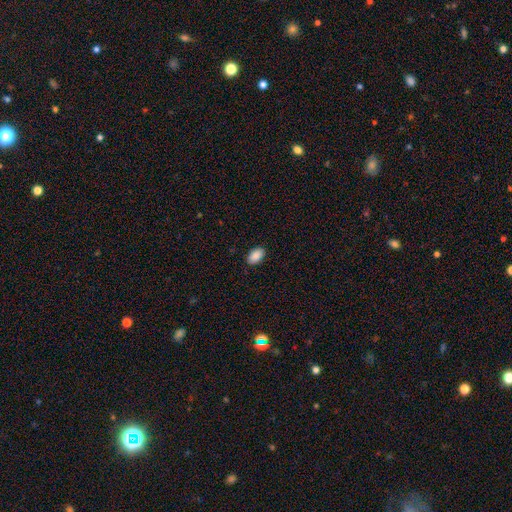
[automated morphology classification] smooth-or-featured: smooth: 89% | star or artifact: 7% | featured or disk: 3%
  how-rounded: in between: 93% | round: 6% | cigar-shaped: 1%
  merging: none: 89% | minor disturbance: 8% | major disturbance: 2% | merger: 1%